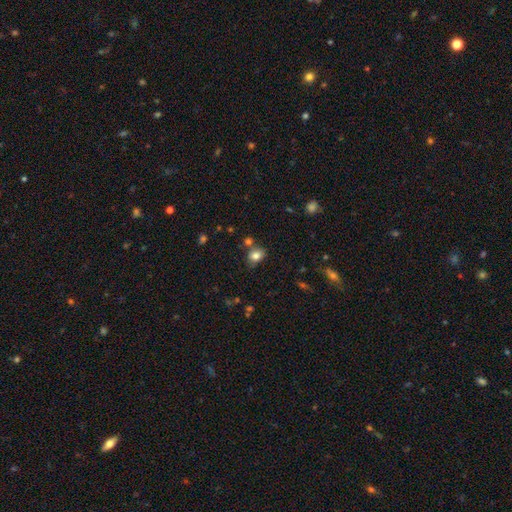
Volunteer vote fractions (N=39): smooth_or_featured: smooth (p=0.72) [alt: featured or disk p=0.18]
how_rounded: round (p=0.54) [alt: in between p=0.46]
merging: none (p=0.71) [alt: minor disturbance p=0.17]